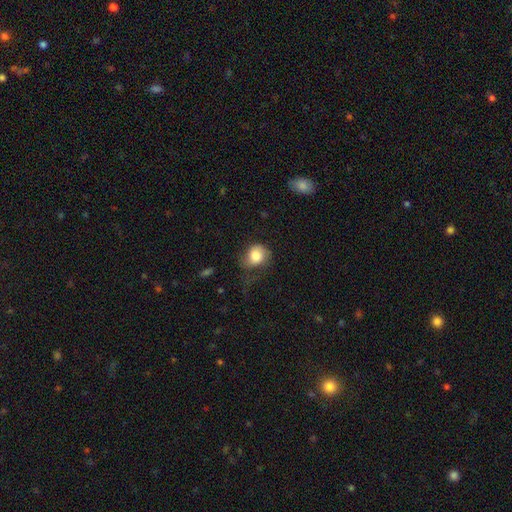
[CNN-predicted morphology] Overall: smooth (79%). How rounded: round (63%; in between 36%). Merging: none (42%; minor disturbance 28%).